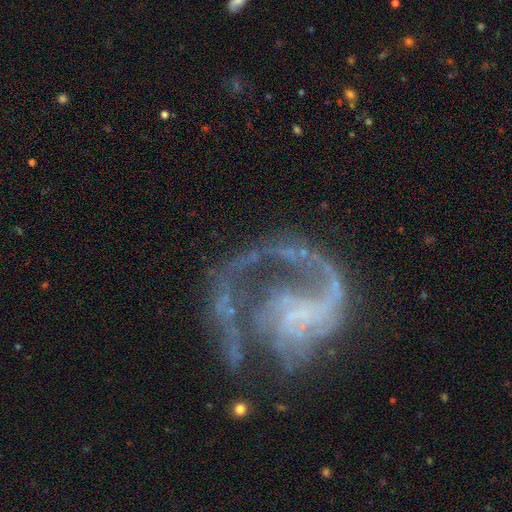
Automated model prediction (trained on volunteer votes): Q: Smooth or featured?
A: featured or disk (85%); runner-up: star or artifact (8%)
Q: Edge-on disk?
A: no (98%); runner-up: yes (2%)
Q: Bar?
A: no (63%); runner-up: weak (27%)
Q: Spiral arms?
A: yes (87%); runner-up: no (13%)
Q: Spiral winding?
A: medium (40%); runner-up: loose (35%)
Q: Spiral arm count?
A: 1 (69%); runner-up: 2 (15%)
Q: Bulge size?
A: none (57%); runner-up: small (29%)
Q: Merging?
A: major disturbance (45%); runner-up: none (35%)